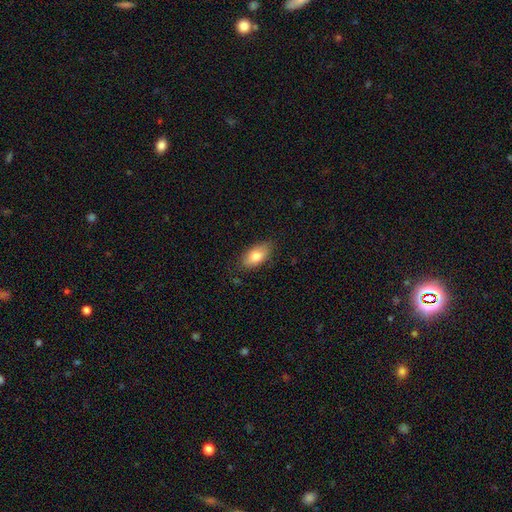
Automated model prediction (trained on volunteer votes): smooth_or_featured: smooth (p=0.79) [alt: featured or disk p=0.14]
how_rounded: in between (p=0.91) [alt: cigar-shaped p=0.05]
merging: none (p=0.80) [alt: minor disturbance p=0.16]